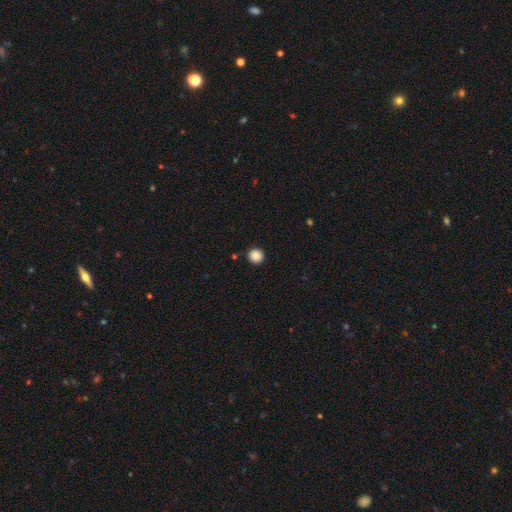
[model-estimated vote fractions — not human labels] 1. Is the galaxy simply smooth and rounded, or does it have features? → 88% smooth, 9% star or artifact, 3% featured or disk.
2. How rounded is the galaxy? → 94% round, 5% in between, 1% cigar-shaped.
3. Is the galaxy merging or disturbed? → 92% none, 5% minor disturbance, 2% major disturbance, 1% merger.